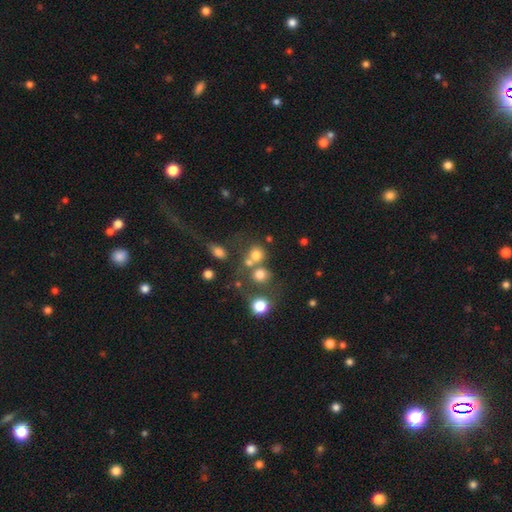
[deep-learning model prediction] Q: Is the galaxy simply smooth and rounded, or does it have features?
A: smooth — 72%.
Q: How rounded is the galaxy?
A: round — 82%.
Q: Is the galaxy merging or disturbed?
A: none — 49%.